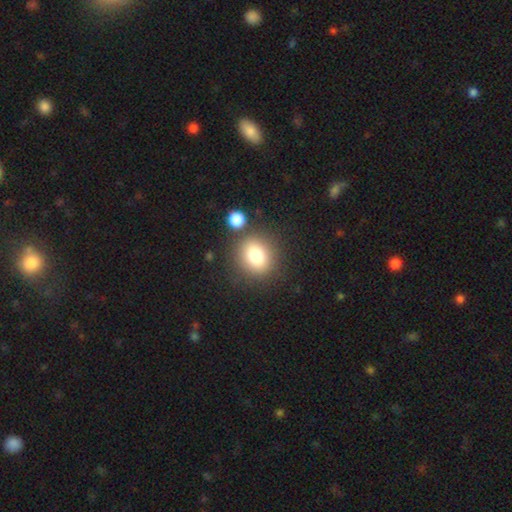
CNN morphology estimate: type=smooth (80%); roundness=round (68%); merging=none (76%).